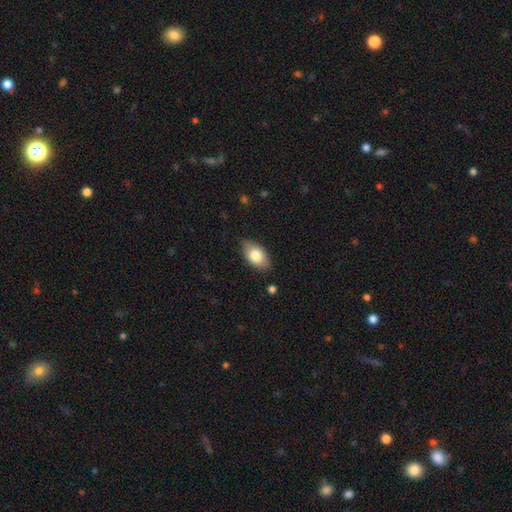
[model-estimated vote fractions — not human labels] smooth_or_featured: smooth (p=0.79) [alt: featured or disk p=0.15]
how_rounded: in between (p=0.93) [alt: round p=0.05]
merging: none (p=0.84) [alt: minor disturbance p=0.13]